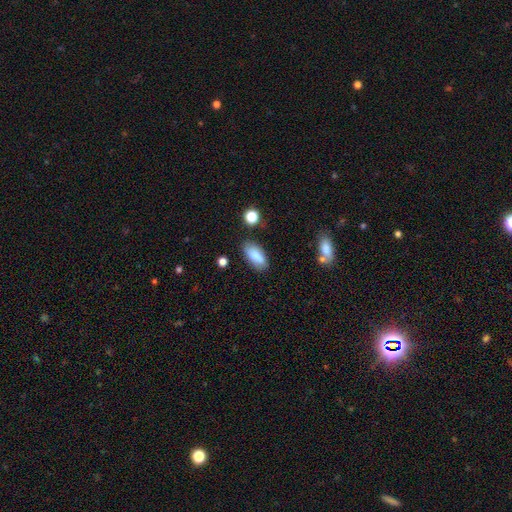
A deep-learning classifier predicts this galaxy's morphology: smooth 87%, star or artifact 7%, featured or disk 6%. Down the decision tree: how rounded — in between (88%); merging — none (81%).